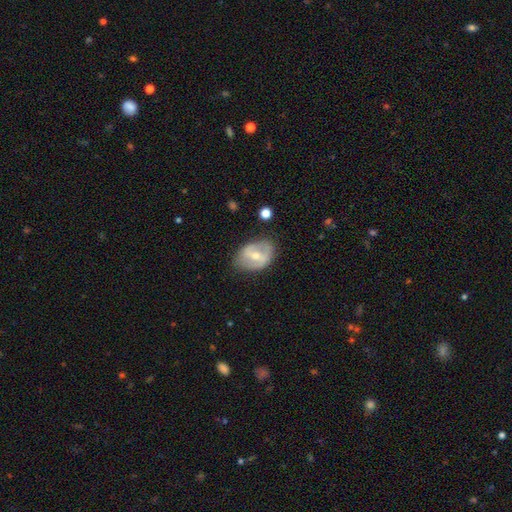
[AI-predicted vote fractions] Smooth or featured?
  - featured or disk: 58% *
  - smooth: 36%
  - star or artifact: 6%
Edge-on disk?
  - no: 94% *
  - yes: 6%
Bar?
  - weak: 44% *
  - strong: 34%
  - no: 22%
Spiral arms?
  - no: 54% *
  - yes: 46%
Bulge size?
  - moderate: 59% *
  - small: 36%
  - large: 3%
  - none: 2%
  - dominant: 1%
Merging?
  - none: 68% *
  - minor disturbance: 23%
  - major disturbance: 7%
  - merger: 2%